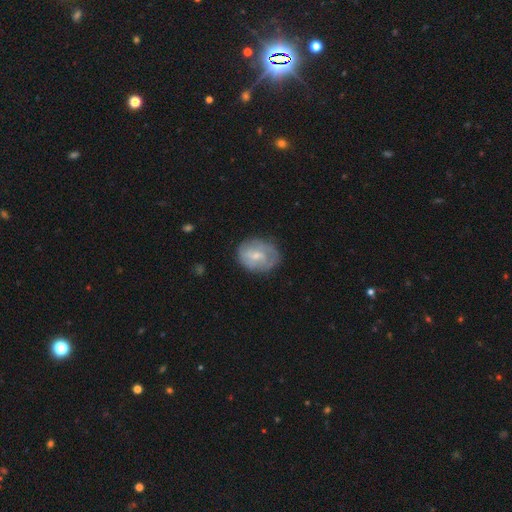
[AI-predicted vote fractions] Smooth or featured: featured or disk — 59% (smooth — 35%)
Edge-on disk: no — 97% (yes — 3%)
Bar: weak — 52% (no — 38%)
Spiral arms: yes — 73% (no — 27%)
Bulge size: small — 54% (moderate — 37%)
Merging: none — 68% (minor disturbance — 22%)